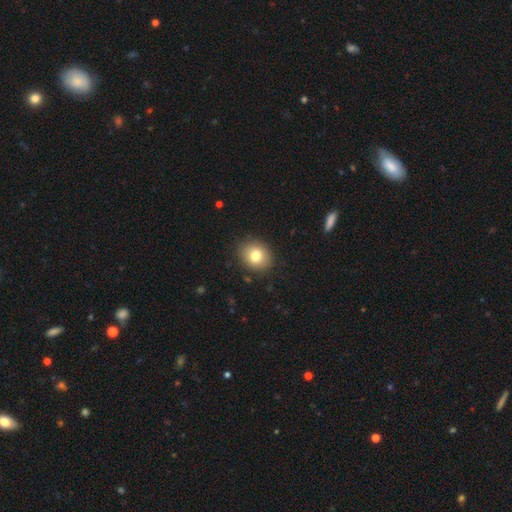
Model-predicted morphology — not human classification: Q: Smooth or featured?
A: smooth (80%); runner-up: featured or disk (11%)
Q: How rounded?
A: round (65%); runner-up: in between (35%)
Q: Merging?
A: none (87%); runner-up: minor disturbance (9%)